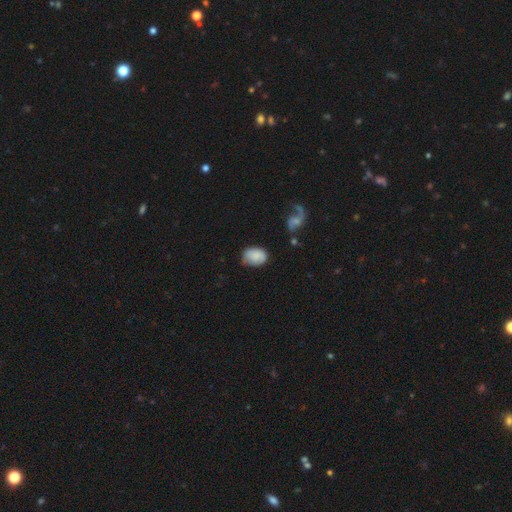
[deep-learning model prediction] This is likely a smooth galaxy (73%). How rounded: likely in between (75%). Merging: likely none (62%).